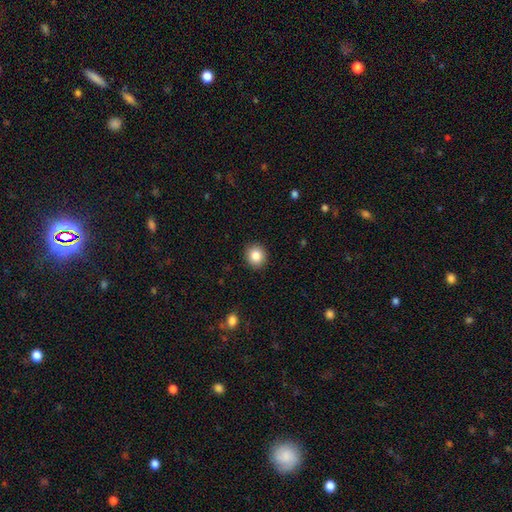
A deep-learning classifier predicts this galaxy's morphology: This appears to be a smooth galaxy with no disk features (84%) that is round (86%). Merging: none (91%).